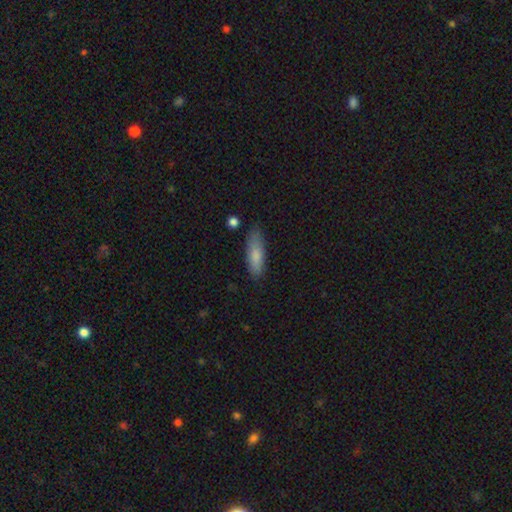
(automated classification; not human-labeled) Smooth or featured? Predicted: smooth (p=0.81). How rounded? Predicted: in between (p=0.56). Merging? Predicted: none (p=0.74).